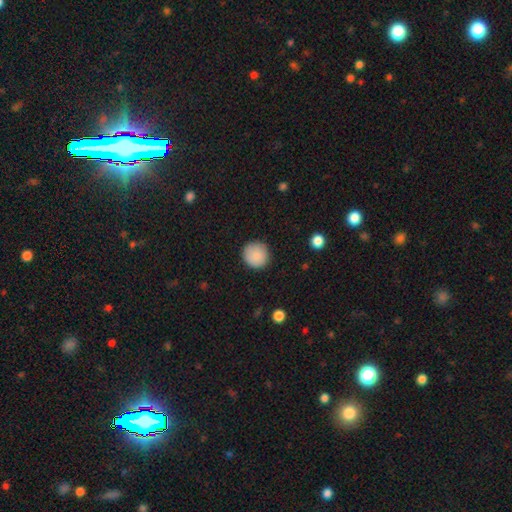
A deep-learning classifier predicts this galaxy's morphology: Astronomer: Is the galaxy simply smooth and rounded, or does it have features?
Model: smooth — 88%.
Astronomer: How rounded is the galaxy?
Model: round — 94%.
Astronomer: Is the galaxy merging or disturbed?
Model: none — 89%.